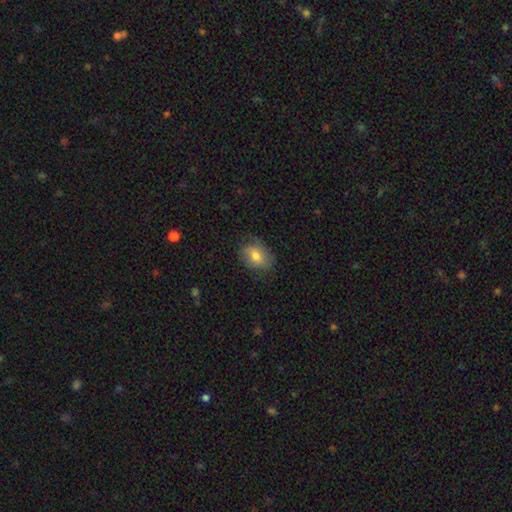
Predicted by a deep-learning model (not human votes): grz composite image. It shows a smooth galaxy with no disk features (74%) that is in between round and cigar-shaped (68%). Merging: none (72%).